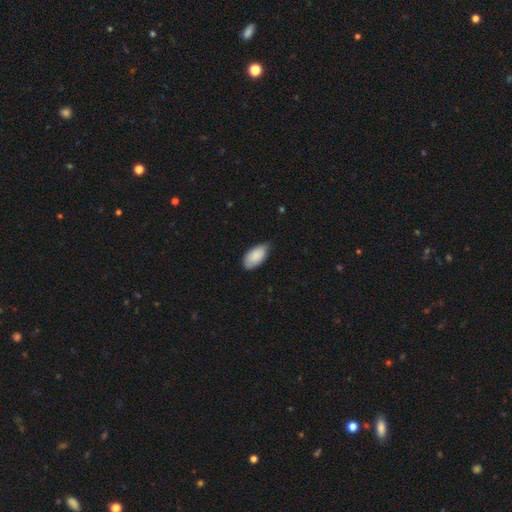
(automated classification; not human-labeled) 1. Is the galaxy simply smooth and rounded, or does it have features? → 84% smooth, 10% featured or disk, 6% star or artifact.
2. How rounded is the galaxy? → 95% in between, 2% round, 2% cigar-shaped.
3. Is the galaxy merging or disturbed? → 62% none, 33% minor disturbance, 4% major disturbance, 1% merger.